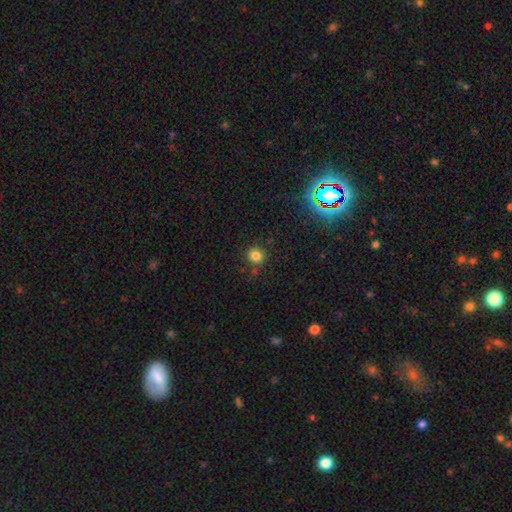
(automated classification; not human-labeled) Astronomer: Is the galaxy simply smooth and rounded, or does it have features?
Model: smooth — 81%.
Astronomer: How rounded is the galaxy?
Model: round — 90%.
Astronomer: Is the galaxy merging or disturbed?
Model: none — 82%.